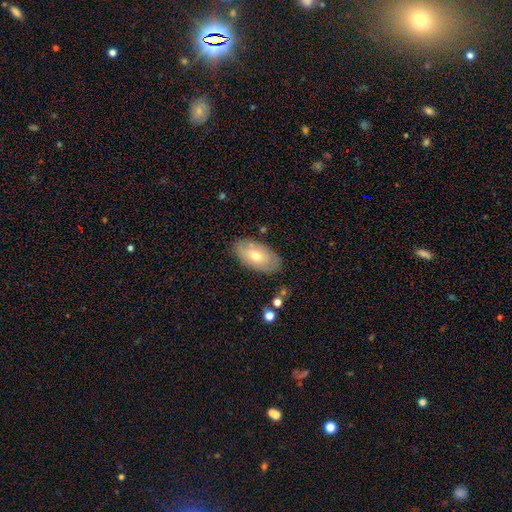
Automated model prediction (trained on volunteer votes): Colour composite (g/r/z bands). It shows a smooth galaxy with no disk features (56%) that is in between round and cigar-shaped (94%). Merging: none (83%).